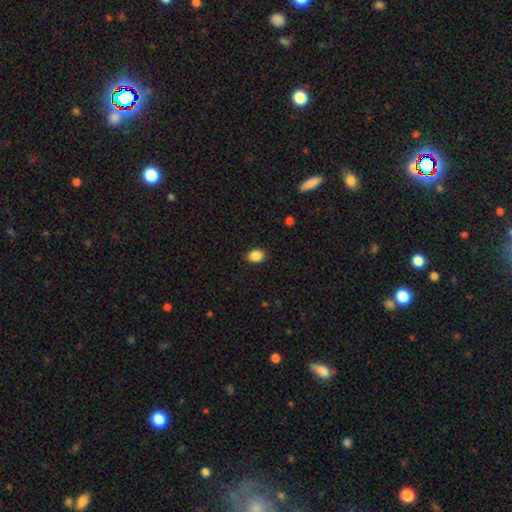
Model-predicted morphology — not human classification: A smooth galaxy with no disk features (88%) that is in between round and cigar-shaped (62%).

Vote fractions:
- Smooth or featured? smooth: 88% / star or artifact: 9% / featured or disk: 3%
- How rounded? in between: 62% / round: 37% / cigar-shaped: 1%
- Merging? none: 90% / minor disturbance: 7% / major disturbance: 2% / merger: 1%